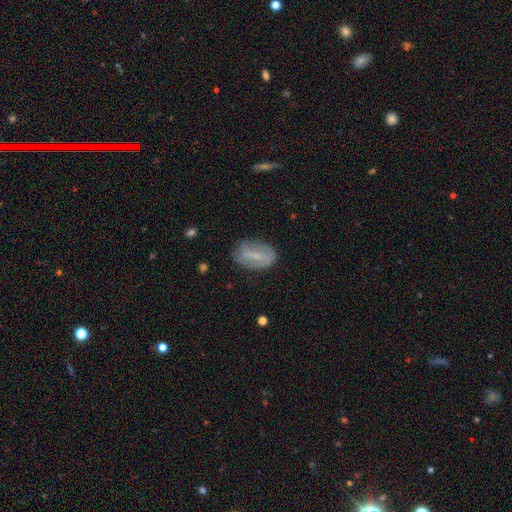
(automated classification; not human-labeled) Smooth or featured? featured or disk (55%)
Edge-on disk? no (90%)
Merging? none (76%)